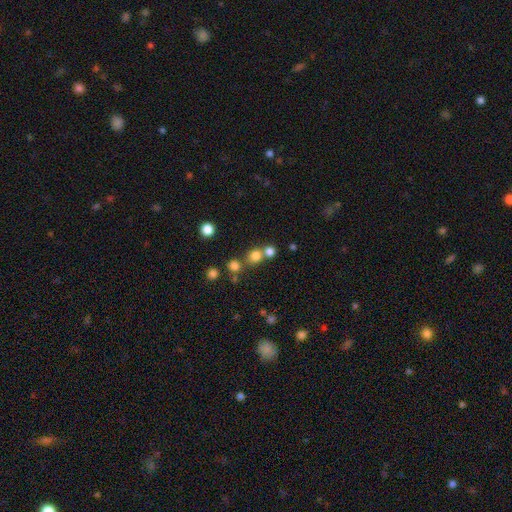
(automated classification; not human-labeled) Smooth or featured?
  - smooth: 75% *
  - star or artifact: 17%
  - featured or disk: 8%
How rounded?
  - round: 86% *
  - in between: 13%
  - cigar-shaped: 1%
Merging?
  - none: 59% *
  - merger: 31%
  - minor disturbance: 6%
  - major disturbance: 3%